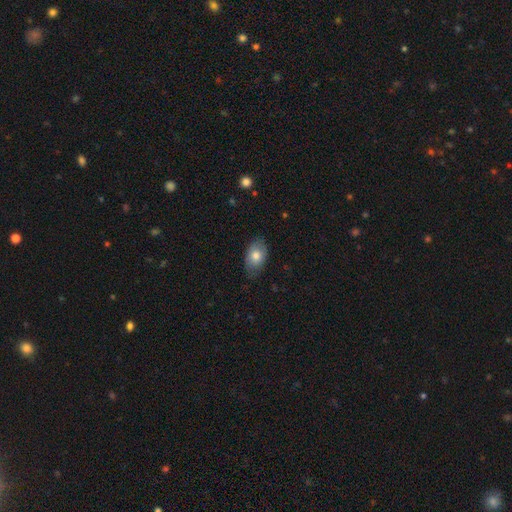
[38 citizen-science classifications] Volunteers were most divided on "merging": none: 70%, minor disturbance: 24%, major disturbance: 5%, merger: 0%. More confident: how rounded — in between (91%); smooth or featured — smooth (89%).